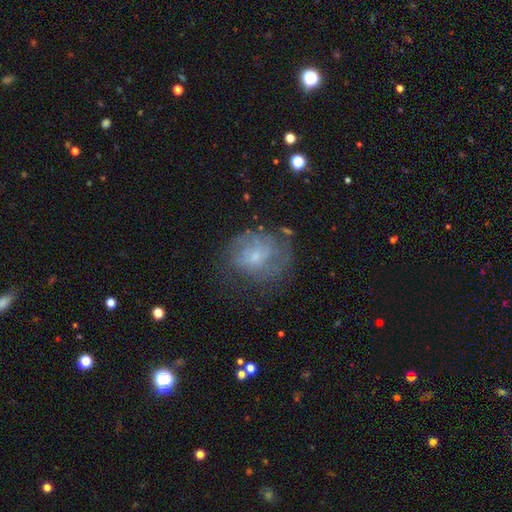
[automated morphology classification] The model was most divided on "spiral arms": yes: 57%, no: 43%. More confident: edge-on disk — no (97%); bulge size — small (68%); bar — no (66%); merging — none (55%); smooth or featured — featured or disk (52%).